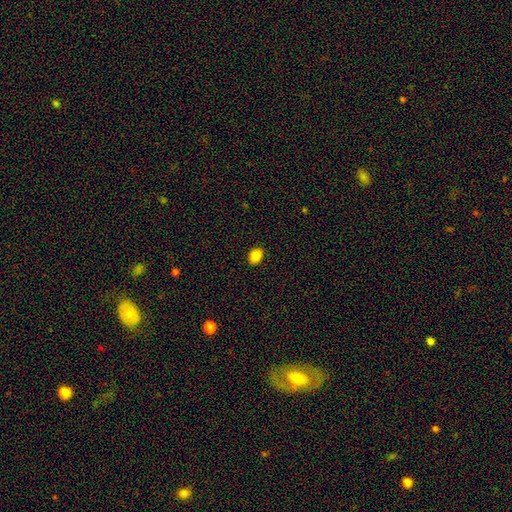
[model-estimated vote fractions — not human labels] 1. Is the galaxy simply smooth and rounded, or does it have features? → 86% smooth, 9% star or artifact, 5% featured or disk.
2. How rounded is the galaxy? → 68% in between, 31% round, 1% cigar-shaped.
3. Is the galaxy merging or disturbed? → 90% none, 7% minor disturbance, 2% major disturbance, 1% merger.